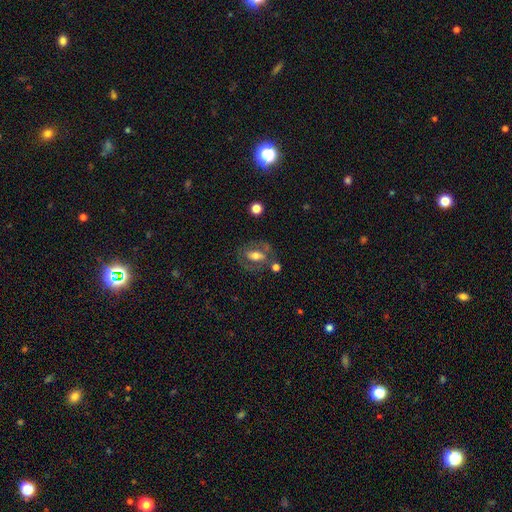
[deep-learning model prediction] A featured or disk galaxy (48%).

Vote fractions:
- Smooth or featured? featured or disk: 48% / smooth: 43% / star or artifact: 9%
- Merging? none: 61% / minor disturbance: 17% / major disturbance: 12% / merger: 10%